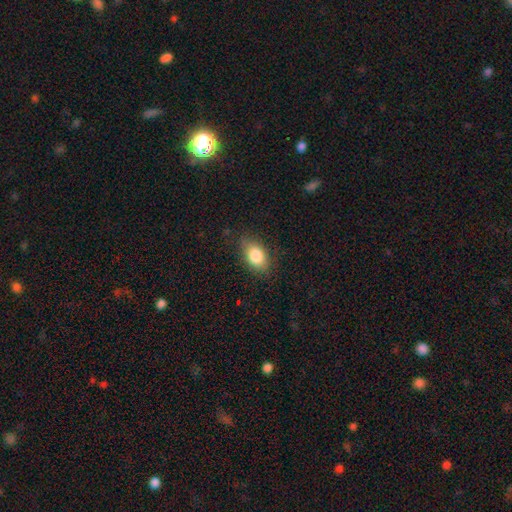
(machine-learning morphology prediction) This is clearly a smooth galaxy (82%). How rounded: clearly in between (86%). Merging: likely none (78%).